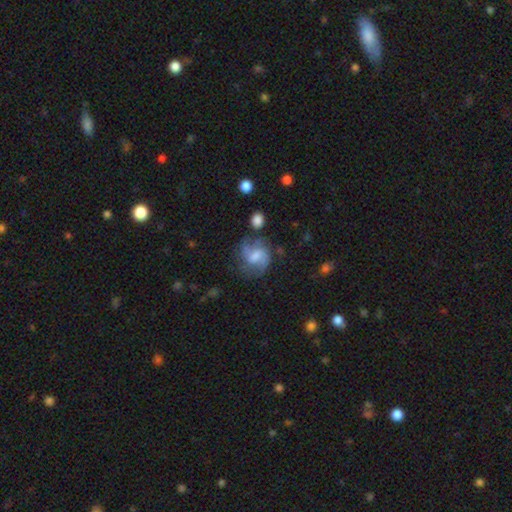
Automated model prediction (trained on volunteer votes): This appears to be a featured or disk galaxy (62%) with a weak bar (52%), 2 (61%) medium (49%) spiral arms (86%) and a moderate central bulge (40%). Merging: none (54%).